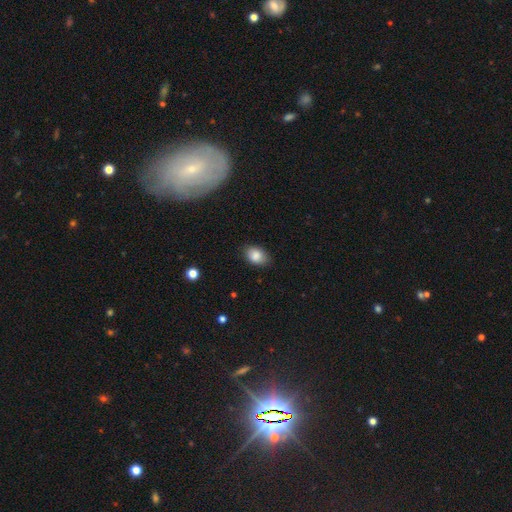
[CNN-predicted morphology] Q: Smooth or featured?
A: smooth (86%); runner-up: star or artifact (8%)
Q: How rounded?
A: in between (85%); runner-up: round (14%)
Q: Merging?
A: none (84%); runner-up: minor disturbance (13%)